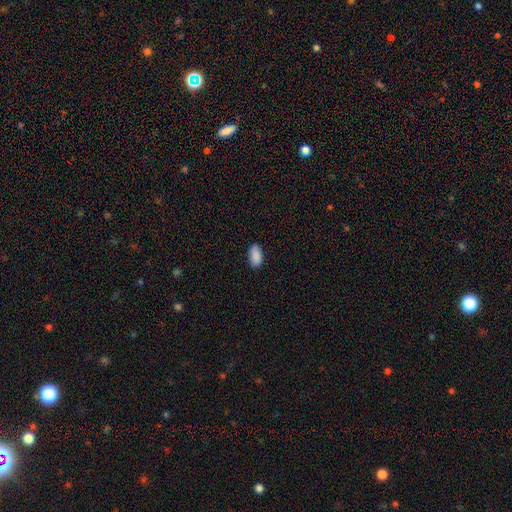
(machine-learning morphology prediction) Q: Smooth or featured?
A: smooth (90%); runner-up: star or artifact (7%)
Q: How rounded?
A: in between (94%); runner-up: round (3%)
Q: Merging?
A: none (87%); runner-up: minor disturbance (10%)